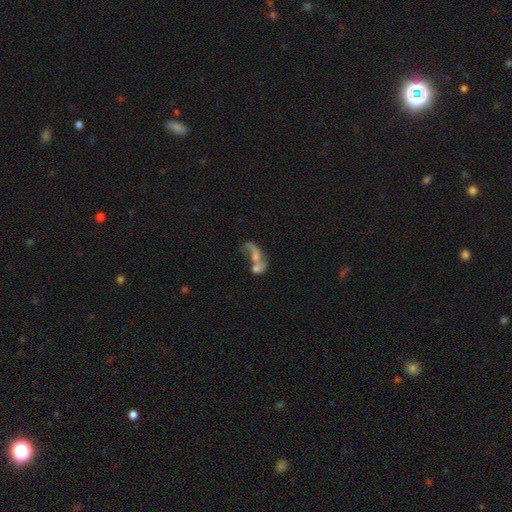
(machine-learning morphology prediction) Overall: featured or disk (56%; smooth 30%). Edge-on disk: no (95%). Bar: no (70%). Spiral arms: yes (57%; no 43%). Bulge size: none (34%; small 33%). Merging: merger (56%; none 19%).